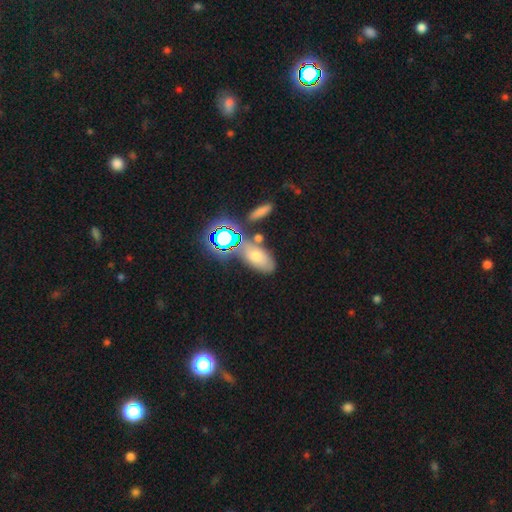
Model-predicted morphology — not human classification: Smooth or featured?
  - smooth: 47% *
  - star or artifact: 34%
  - featured or disk: 18%
Merging?
  - none: 63% *
  - minor disturbance: 16%
  - merger: 14%
  - major disturbance: 6%